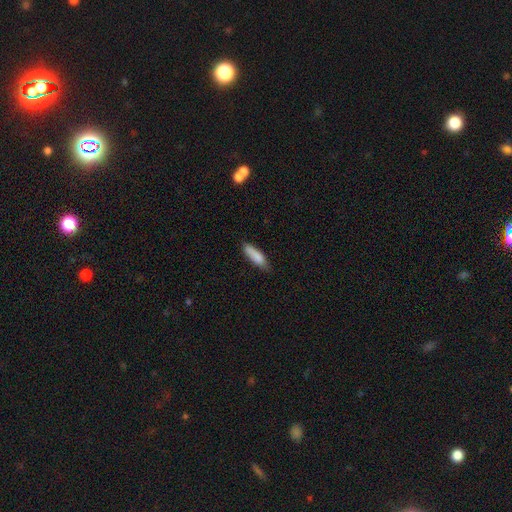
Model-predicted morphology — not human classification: smooth 84%, featured or disk 9%, star or artifact 7%. Down the decision tree: how rounded — cigar-shaped (54%); merging — none (68%).